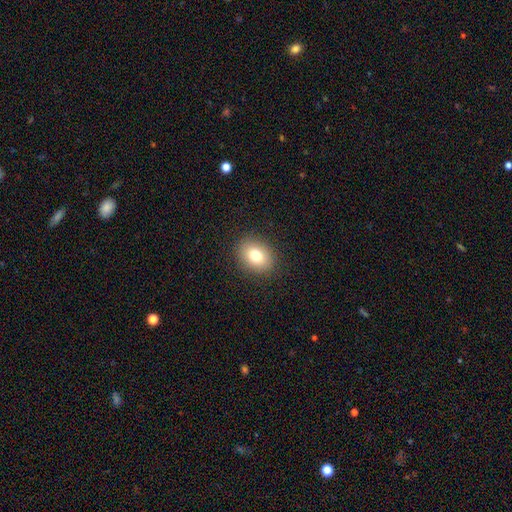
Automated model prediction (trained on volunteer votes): This appears to be a smooth galaxy with no disk features (78%) that is in between round and cigar-shaped (56%). Merging: none (89%).